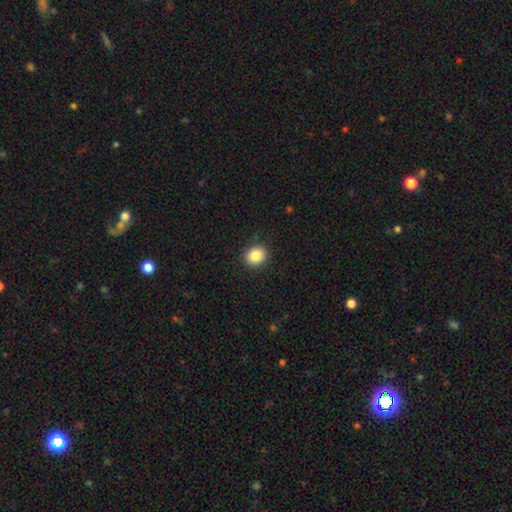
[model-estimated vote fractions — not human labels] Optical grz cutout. It shows a smooth galaxy with no disk features (85%) that is round (67%). Merging: none (90%).